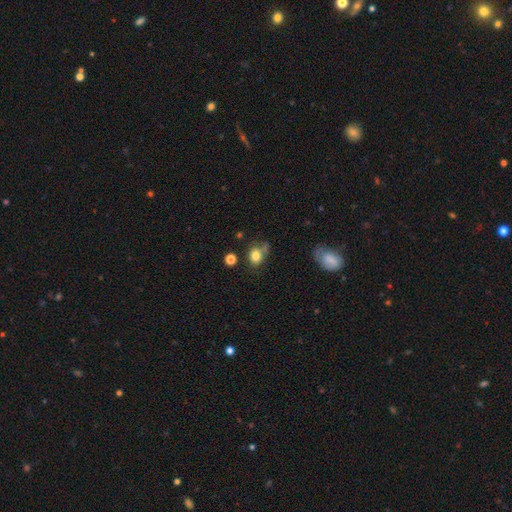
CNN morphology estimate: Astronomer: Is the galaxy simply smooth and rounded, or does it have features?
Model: smooth — 79%.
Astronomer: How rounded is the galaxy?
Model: round — 50% (runner-up: in between, 48%).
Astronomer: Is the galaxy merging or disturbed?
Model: none — 50% (runner-up: minor disturbance, 27%).